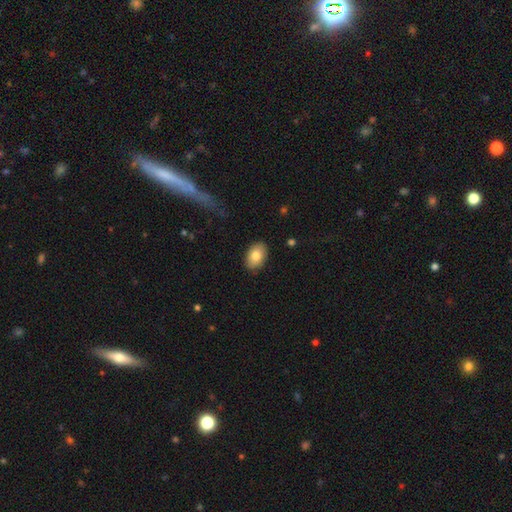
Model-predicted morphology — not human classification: Overall: smooth (82%). How rounded: in between (90%). Merging: none (87%).